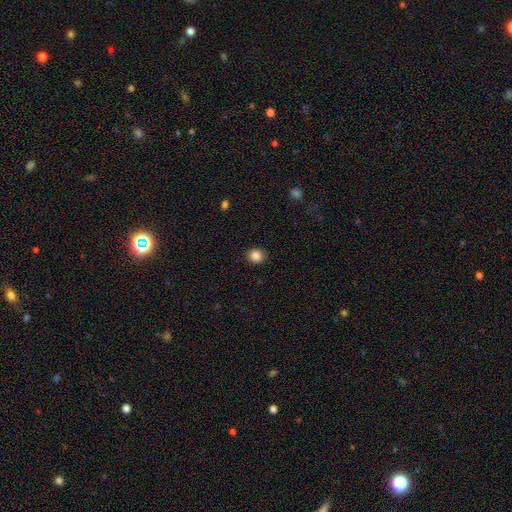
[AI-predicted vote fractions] Morphology: type=smooth (85%); roundness=round (76%); merging=none (89%).